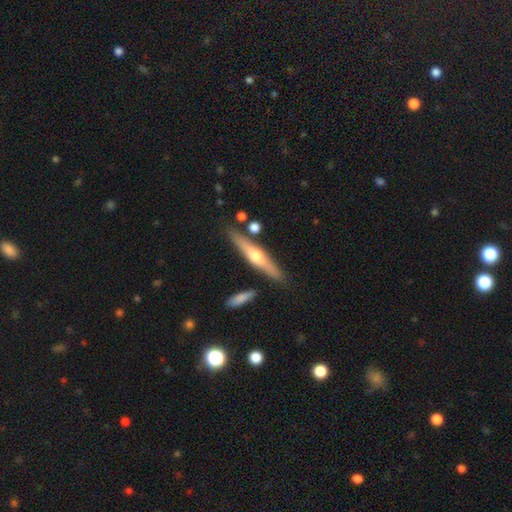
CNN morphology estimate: This is likely a featured or disk galaxy (63%). It is clearly viewed edge-on (95%). Edge-on bulge: clearly rounded (91%). Merging: clearly none (84%).